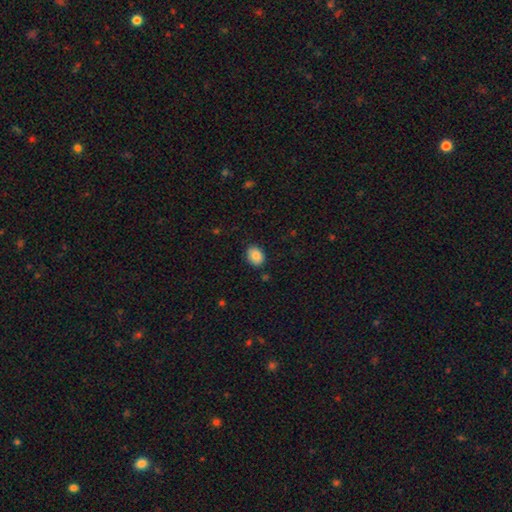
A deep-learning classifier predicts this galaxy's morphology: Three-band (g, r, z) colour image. It shows a smooth galaxy with no disk features (86%) that is in between round and cigar-shaped (66%). Merging: none (85%).